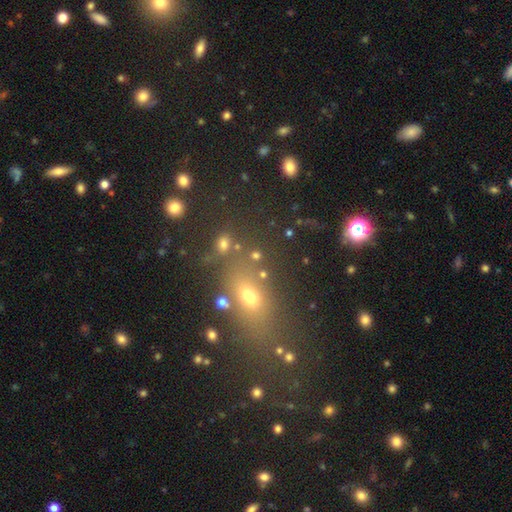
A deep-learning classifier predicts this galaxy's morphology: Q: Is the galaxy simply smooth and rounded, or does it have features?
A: smooth — 65%.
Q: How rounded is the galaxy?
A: round — 57%.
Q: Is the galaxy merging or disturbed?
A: none — 64%.